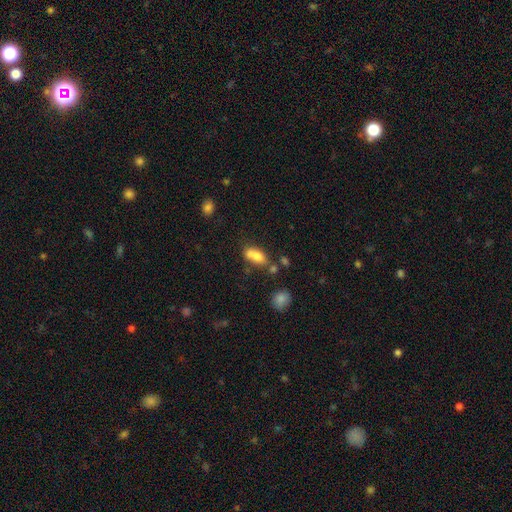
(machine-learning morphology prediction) Smooth or featured? smooth (75%)
How rounded? in between (80%)
Merging? none (41%)